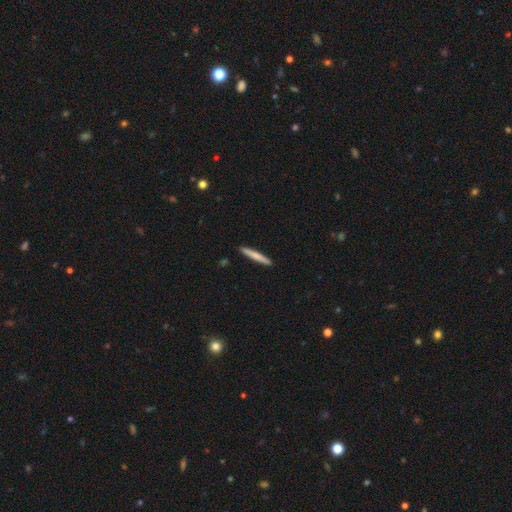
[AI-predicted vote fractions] smooth 69%, featured or disk 26%, star or artifact 5%. Down the decision tree: how rounded — cigar-shaped (96%); merging — none (92%).